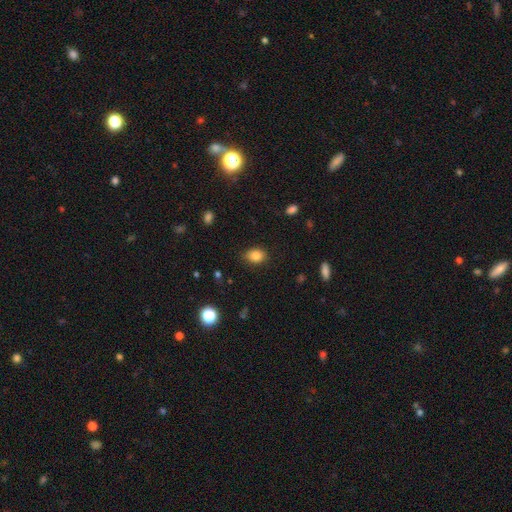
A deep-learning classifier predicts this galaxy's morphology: smooth 84%, star or artifact 10%, featured or disk 6%. Down the decision tree: how rounded — in between (69%); merging — none (82%).